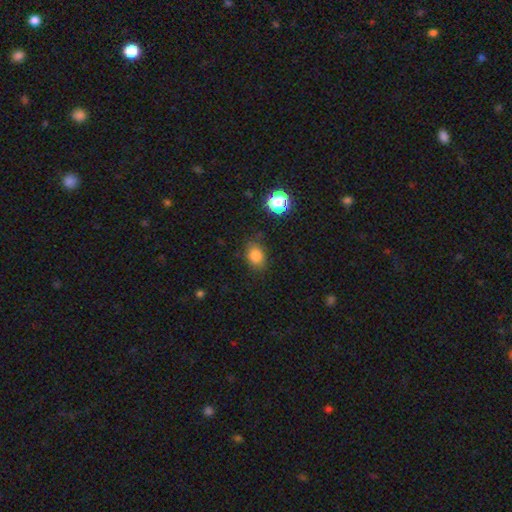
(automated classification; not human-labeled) Smooth or featured?
  - smooth: 80% *
  - star or artifact: 13%
  - featured or disk: 7%
How rounded?
  - in between: 58% *
  - round: 41%
  - cigar-shaped: 1%
Merging?
  - none: 79% *
  - minor disturbance: 15%
  - major disturbance: 4%
  - merger: 2%